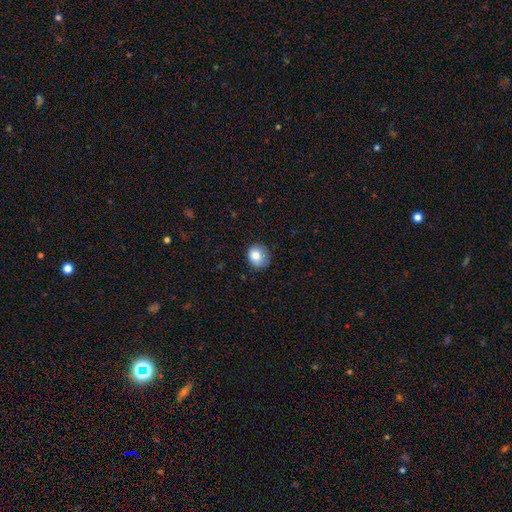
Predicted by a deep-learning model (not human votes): Smooth or featured? Predicted: smooth (p=0.82). How rounded? Predicted: round (p=0.77). Merging? Predicted: none (p=0.75).